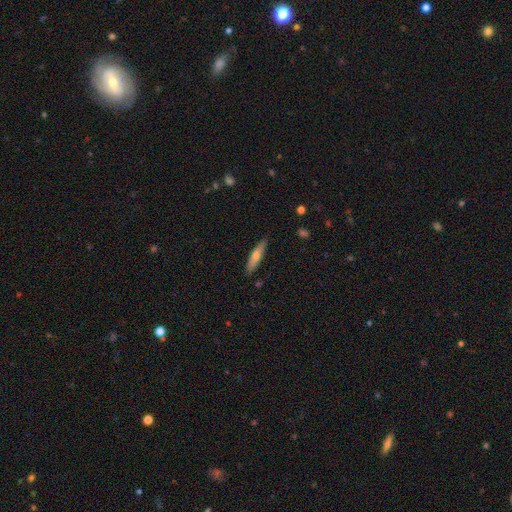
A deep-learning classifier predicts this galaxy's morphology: Q: Smooth or featured?
A: smooth (58%); runner-up: featured or disk (36%)
Q: How rounded?
A: cigar-shaped (79%); runner-up: in between (19%)
Q: Merging?
A: none (87%); runner-up: minor disturbance (10%)